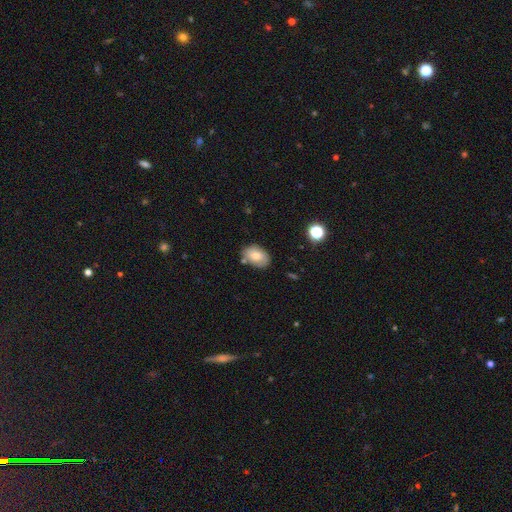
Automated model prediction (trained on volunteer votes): Overall: smooth (76%). How rounded: in between (84%). Merging: none (73%).